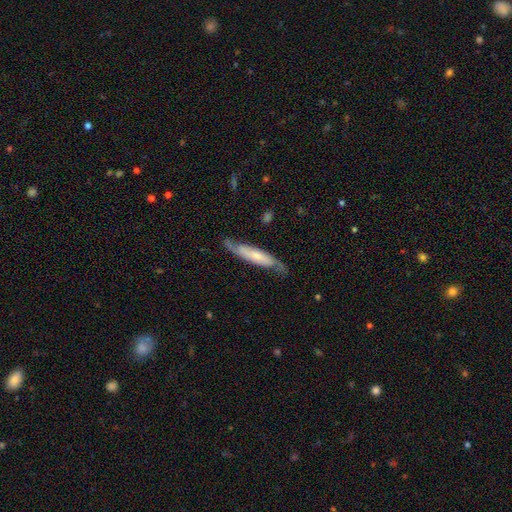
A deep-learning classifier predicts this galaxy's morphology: Overall: featured or disk (69%). Edge-on disk: no (63%; yes 37%). Merging: none (72%).